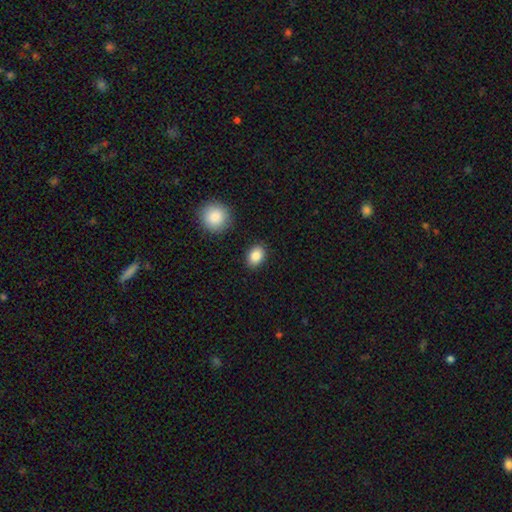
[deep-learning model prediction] The model was most divided on "how rounded": in between: 75%, round: 23%, cigar-shaped: 1%. More confident: smooth or featured — smooth (86%); merging — none (86%).